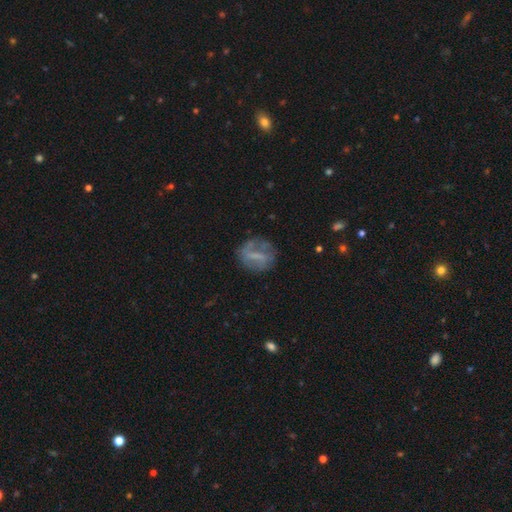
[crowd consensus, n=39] A featured or disk galaxy (62%) with a strong bar (50%), 2 (92%) medium (46%) spiral arms (54%) and no central bulge (62%).

Vote fractions:
- Smooth or featured? featured or disk: 62% / smooth: 31% / star or artifact: 8%
- Edge-on disk? no: 100% / yes: 0%
- Bar? strong: 50% / weak: 33% / no: 17%
- Spiral arms? yes: 54% / no: 46%
- Spiral winding? medium: 46% / loose: 38% / tight: 15%
- Spiral arm count? 2: 92% / can't tell: 8% / 1: 0% / 3: 0% / 4: 0% / more than 4: 0%
- Bulge size? none: 62% / small: 29% / large: 4% / moderate: 4% / dominant: 0%
- Merging? none: 75% / major disturbance: 14% / minor disturbance: 11% / merger: 0%